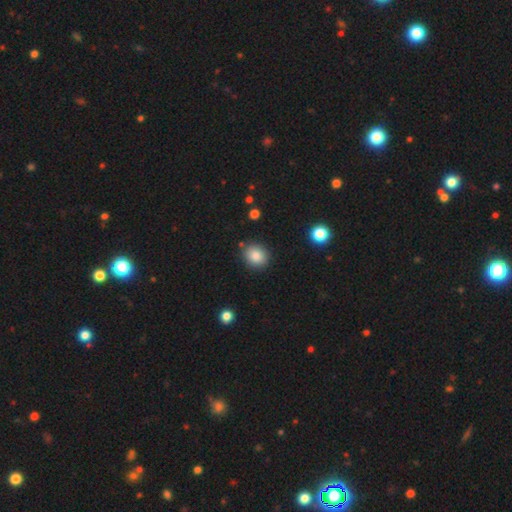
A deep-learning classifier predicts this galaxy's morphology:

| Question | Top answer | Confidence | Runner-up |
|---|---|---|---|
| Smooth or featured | smooth | 85% | star or artifact (9%) |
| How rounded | round | 72% | in between (27%) |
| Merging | none | 86% | minor disturbance (9%) |